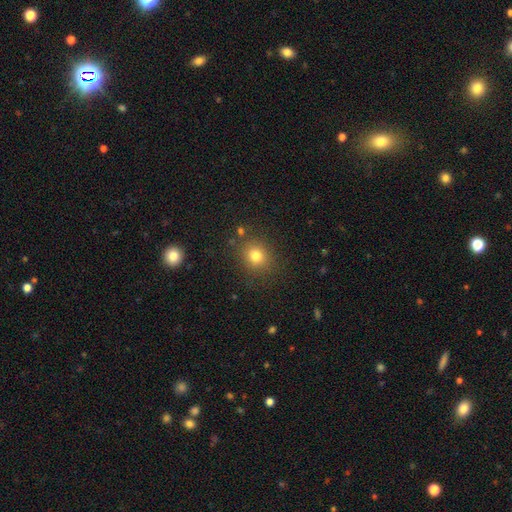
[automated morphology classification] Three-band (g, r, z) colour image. It shows a smooth galaxy with no disk features (78%) that is round (80%). Merging: none (84%).